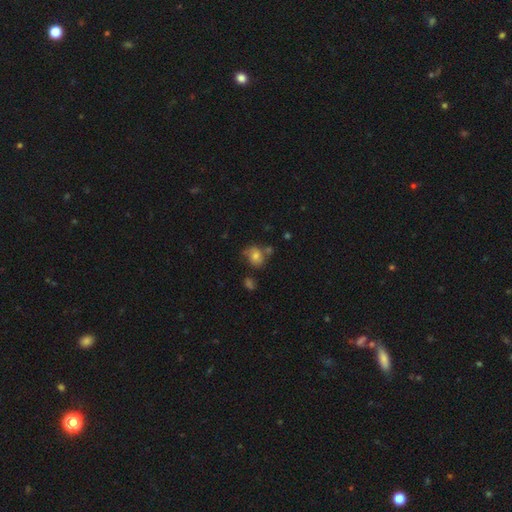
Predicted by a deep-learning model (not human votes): A smooth galaxy with no disk features (70%) that is round (56%). Merging: none (54%).